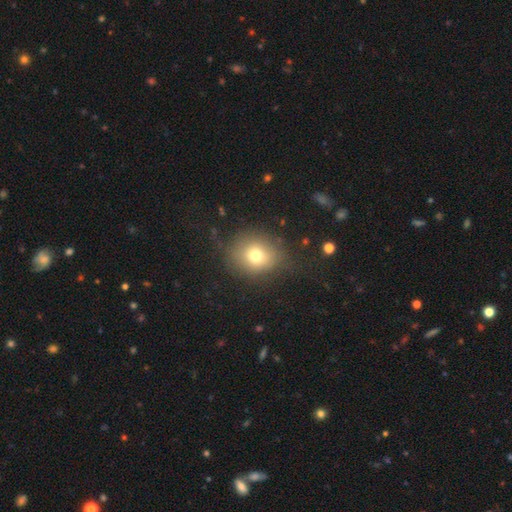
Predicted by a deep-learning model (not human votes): A smooth galaxy with no disk features (73%) that is round (72%). Merging: none (75%).